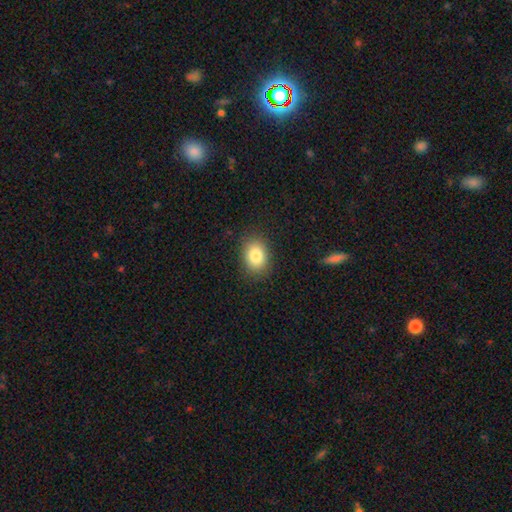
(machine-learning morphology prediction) This is clearly a smooth galaxy (84%). How rounded: likely in between (70%). Merging: clearly none (85%).